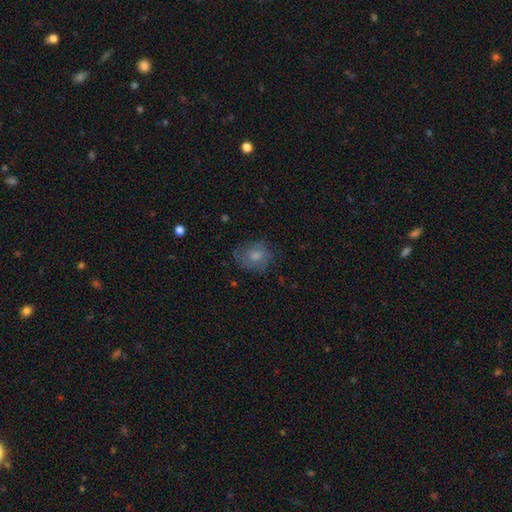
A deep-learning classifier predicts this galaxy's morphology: Smooth or featured? smooth (67%)
How rounded? round (65%)
Merging? none (64%)